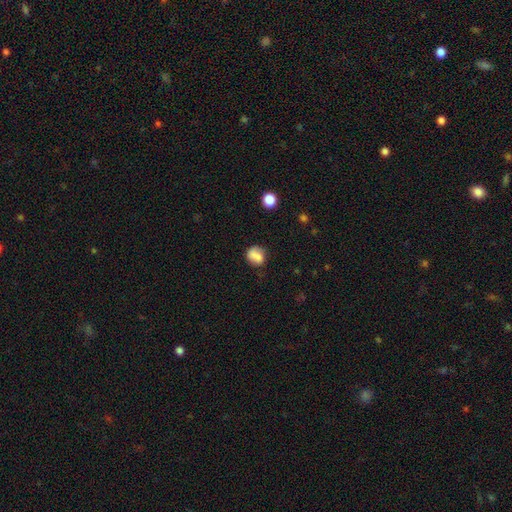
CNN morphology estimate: smooth_or_featured: smooth (p=0.75) [alt: featured or disk p=0.15]
how_rounded: round (p=0.67) [alt: in between p=0.31]
merging: none (p=0.53) [alt: minor disturbance p=0.21]